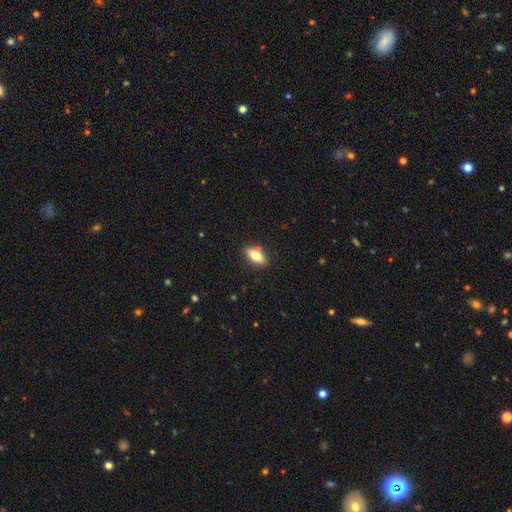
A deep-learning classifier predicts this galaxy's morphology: Smooth or featured: smooth — 77% (featured or disk — 16%)
How rounded: in between — 87% (cigar-shaped — 9%)
Merging: none — 83% (minor disturbance — 10%)